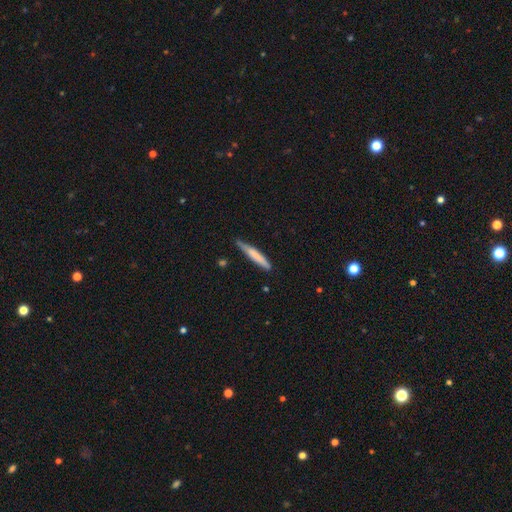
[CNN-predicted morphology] A smooth galaxy with no disk features (69%) that is cigar-shaped (94%). Merging: none (73%).